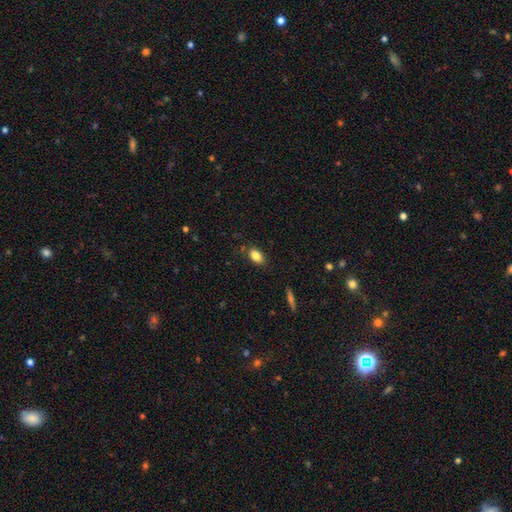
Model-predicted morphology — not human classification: This appears to be a smooth galaxy with no disk features (83%) that is in between round and cigar-shaped (87%). Merging: none (82%).